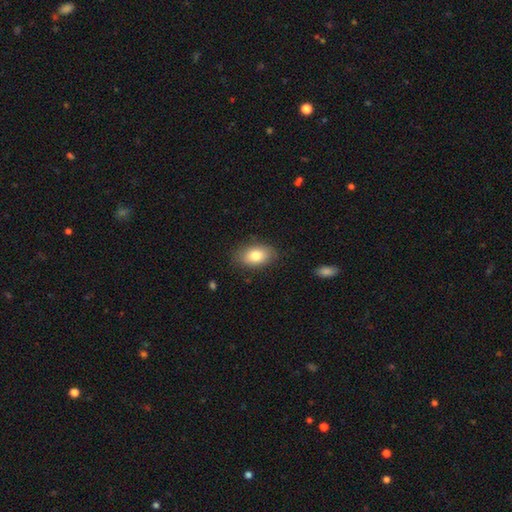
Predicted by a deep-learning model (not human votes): A smooth galaxy with no disk features (81%) that is in between round and cigar-shaped (89%). Merging: none (83%).